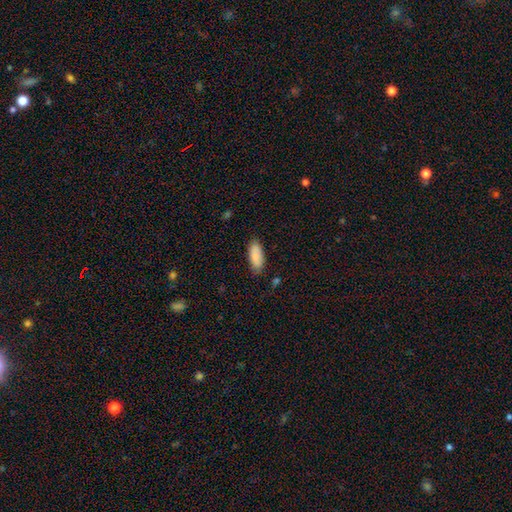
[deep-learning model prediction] Smooth or featured? smooth (89%)
How rounded? in between (82%)
Merging? none (80%)